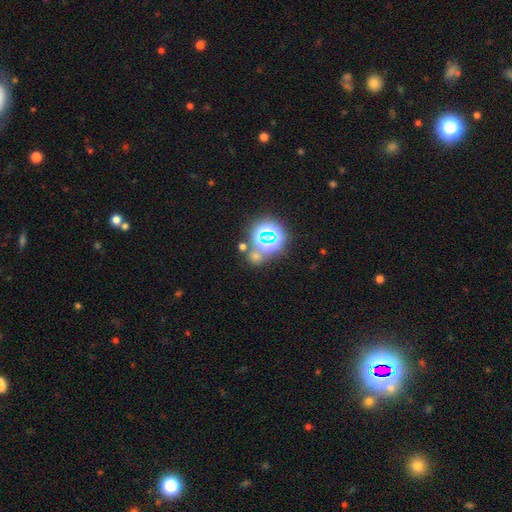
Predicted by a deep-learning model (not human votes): Smooth or featured?
  - star or artifact: 52% *
  - smooth: 39%
  - featured or disk: 9%